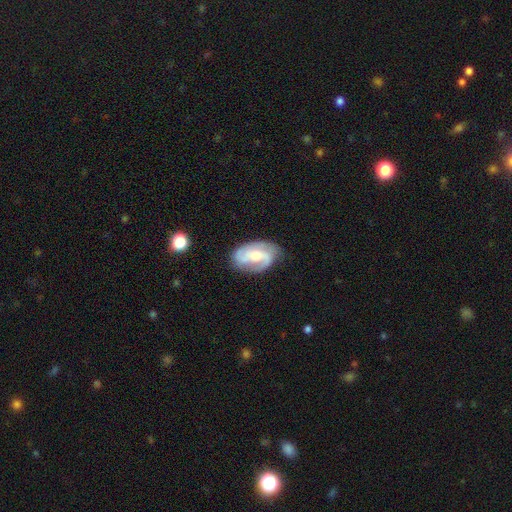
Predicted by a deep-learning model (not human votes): This appears to be a featured or disk galaxy (79%) with no bar (44%), 2 (64%) medium (47%) spiral arms (94%) and a moderate central bulge (52%). Merging: none (71%).